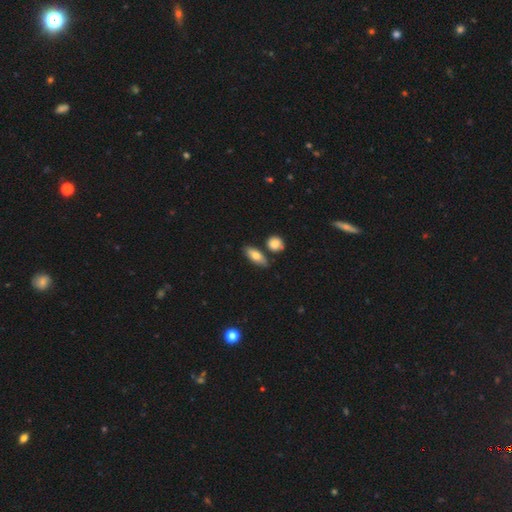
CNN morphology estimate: Q: Smooth or featured?
A: smooth (71%); runner-up: featured or disk (22%)
Q: How rounded?
A: in between (76%); runner-up: cigar-shaped (19%)
Q: Merging?
A: none (76%); runner-up: minor disturbance (12%)